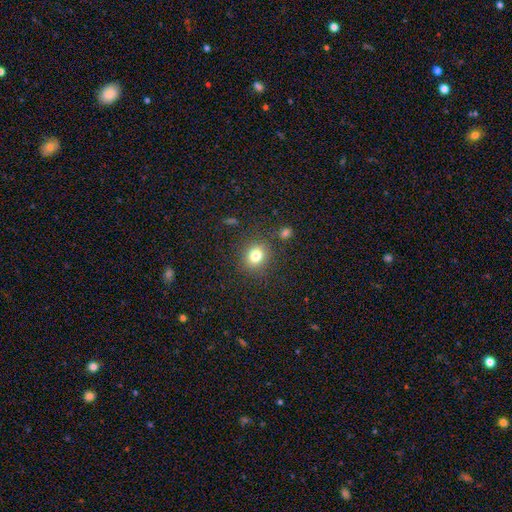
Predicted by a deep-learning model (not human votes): This appears to be a smooth galaxy with no disk features (80%) that is round (76%). Merging: none (84%).